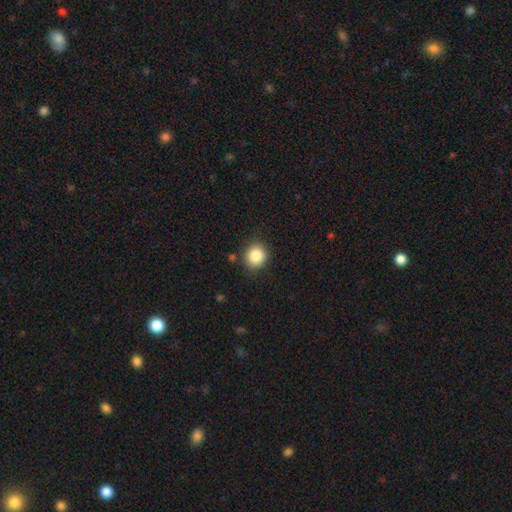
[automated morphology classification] This appears to be a smooth galaxy with no disk features (85%) that is round (87%). Merging: none (86%).